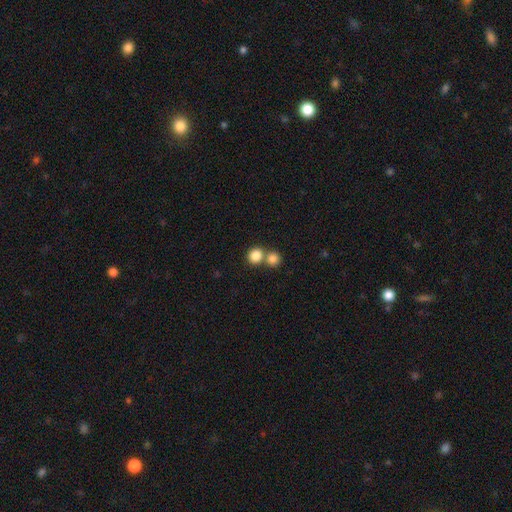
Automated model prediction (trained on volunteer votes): smooth-or-featured: smooth: 84% | star or artifact: 10% | featured or disk: 6%
  how-rounded: round: 85% | in between: 14% | cigar-shaped: 1%
  merging: none: 51% | merger: 41% | minor disturbance: 6% | major disturbance: 2%